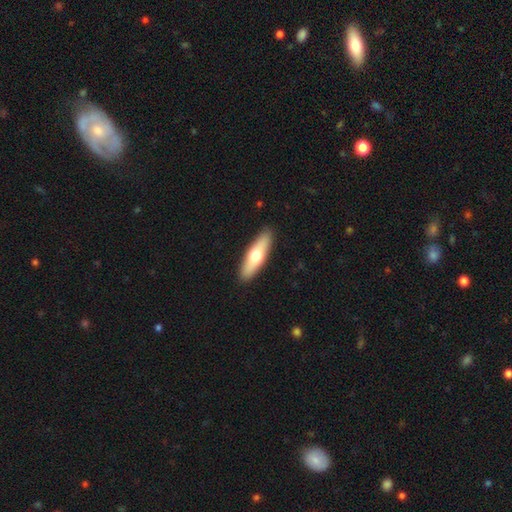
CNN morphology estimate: This is possibly a smooth galaxy (59%). How rounded: likely cigar-shaped (61%). Merging: clearly none (90%).